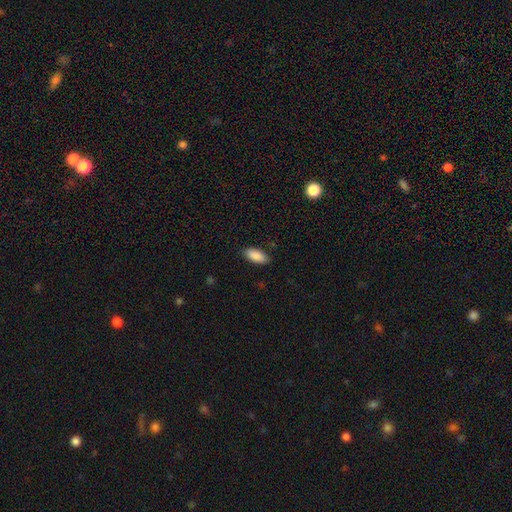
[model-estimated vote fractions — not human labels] Q: Smooth or featured?
A: smooth (90%); runner-up: star or artifact (6%)
Q: How rounded?
A: in between (89%); runner-up: cigar-shaped (10%)
Q: Merging?
A: none (87%); runner-up: minor disturbance (10%)